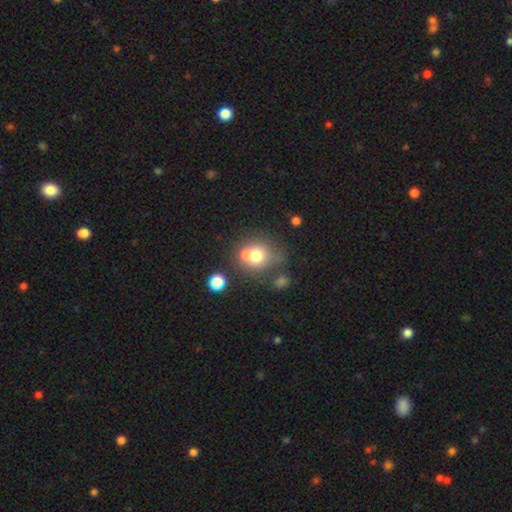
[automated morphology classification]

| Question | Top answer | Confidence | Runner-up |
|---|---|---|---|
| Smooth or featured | smooth | 69% | featured or disk (18%) |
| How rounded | round | 81% | in between (18%) |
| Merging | none | 46% | merger (39%) |